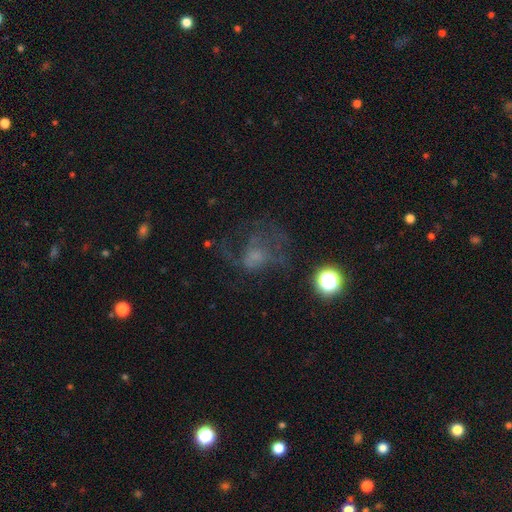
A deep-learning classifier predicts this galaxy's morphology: featured or disk 42%, smooth 33%, star or artifact 25%. Down the decision tree: merging — major disturbance (42%).